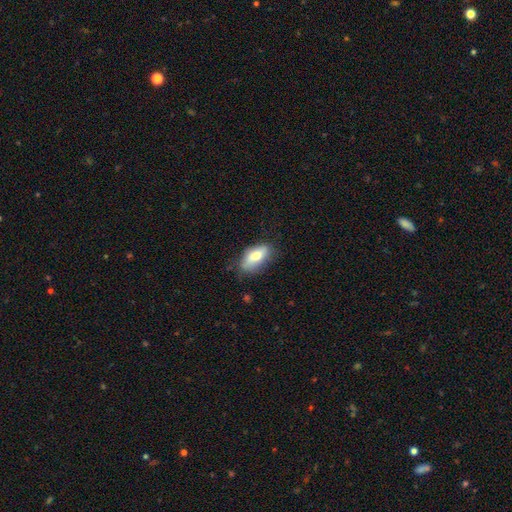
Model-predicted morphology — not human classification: A smooth galaxy with no disk features (72%) that is in between round and cigar-shaped (88%). Merging: none (69%).